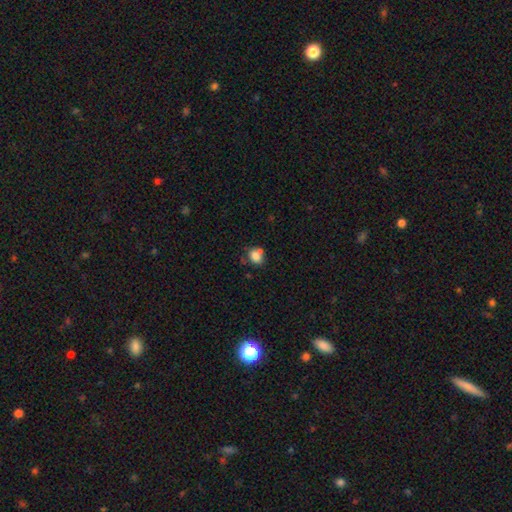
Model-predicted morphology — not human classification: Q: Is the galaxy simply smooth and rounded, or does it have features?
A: smooth — 78%.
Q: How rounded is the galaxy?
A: round — 52%.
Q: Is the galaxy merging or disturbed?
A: none — 51%.